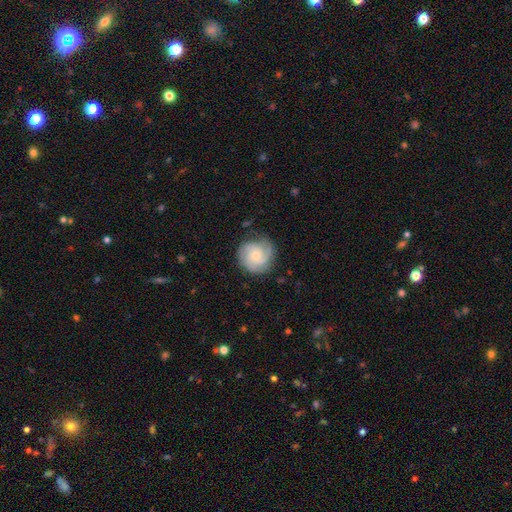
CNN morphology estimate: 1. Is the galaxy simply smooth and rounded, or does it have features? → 70% featured or disk, 23% smooth, 6% star or artifact.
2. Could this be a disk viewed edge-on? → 98% no, 2% yes.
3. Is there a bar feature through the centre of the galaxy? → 74% no, 23% weak, 3% strong.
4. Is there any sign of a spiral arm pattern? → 95% yes, 5% no.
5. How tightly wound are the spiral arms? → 53% tight, 37% medium, 10% loose.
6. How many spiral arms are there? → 43% 3, 20% 2, 19% can't tell, 8% 4, 5% 1, 5% more than 4.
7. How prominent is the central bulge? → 59% small, 35% moderate, 3% none, 2% large, 1% dominant.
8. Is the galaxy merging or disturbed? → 78% none, 16% minor disturbance, 5% major disturbance, 1% merger.